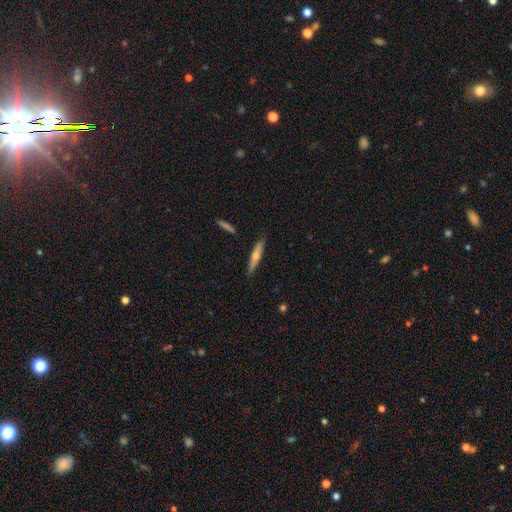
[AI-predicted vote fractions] Smooth or featured: featured or disk — 52% (smooth — 41%)
Edge-on disk: yes — 92% (no — 8%)
Merging: none — 87% (minor disturbance — 9%)